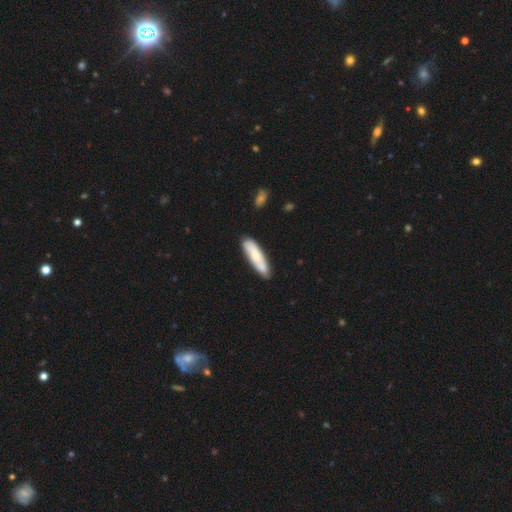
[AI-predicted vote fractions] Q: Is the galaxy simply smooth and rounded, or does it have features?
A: smooth — 69%.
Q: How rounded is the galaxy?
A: cigar-shaped — 70%.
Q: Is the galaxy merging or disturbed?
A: none — 78%.